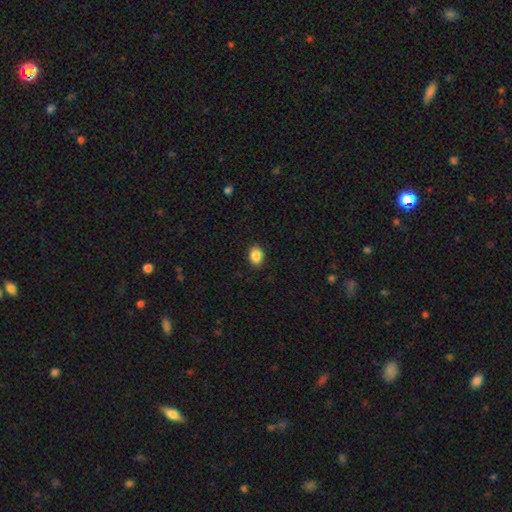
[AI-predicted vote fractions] The model was most divided on "how rounded": in between: 60%, round: 39%, cigar-shaped: 1%. More confident: smooth or featured — smooth (88%); merging — none (88%).